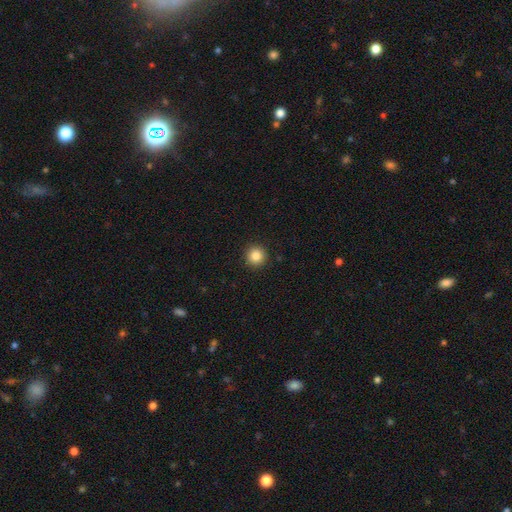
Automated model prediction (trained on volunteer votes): A smooth galaxy with no disk features (85%) that is round (96%).

Vote fractions:
- Smooth or featured? smooth: 85% / star or artifact: 10% / featured or disk: 4%
- How rounded? round: 96% / in between: 3% / cigar-shaped: 1%
- Merging? none: 93% / minor disturbance: 5% / major disturbance: 2% / merger: 1%